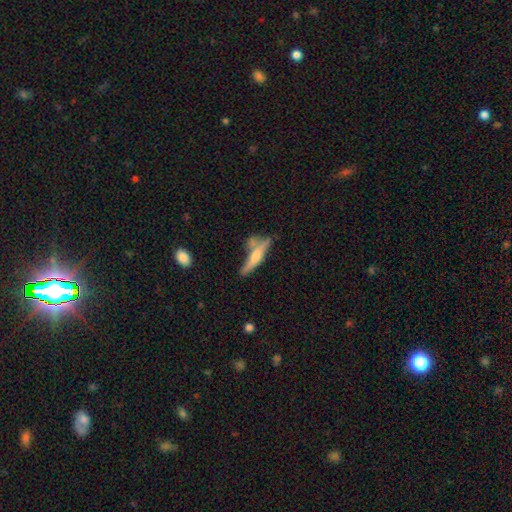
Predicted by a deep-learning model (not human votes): Smooth or featured: smooth — 47% (tied with featured or disk — 47%)
Merging: none — 54% (merger — 19%)